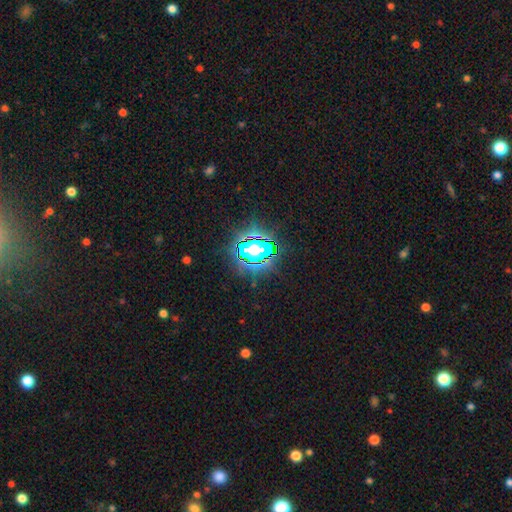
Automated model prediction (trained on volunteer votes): The model was most divided on "smooth or featured": star or artifact: 75%, smooth: 15%, featured or disk: 10%.